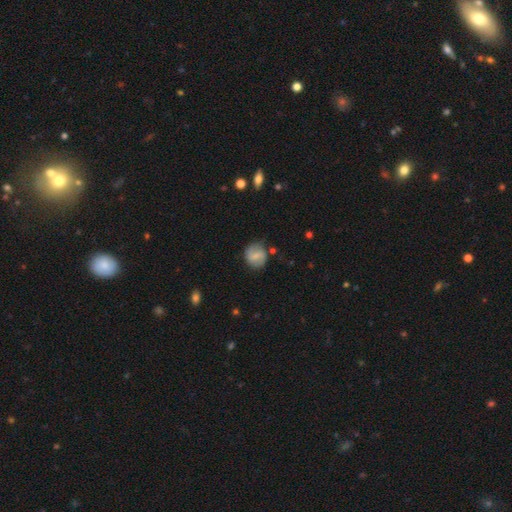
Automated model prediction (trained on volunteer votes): Smooth or featured: featured or disk — 49% (smooth — 44%)
Merging: none — 76% (minor disturbance — 16%)